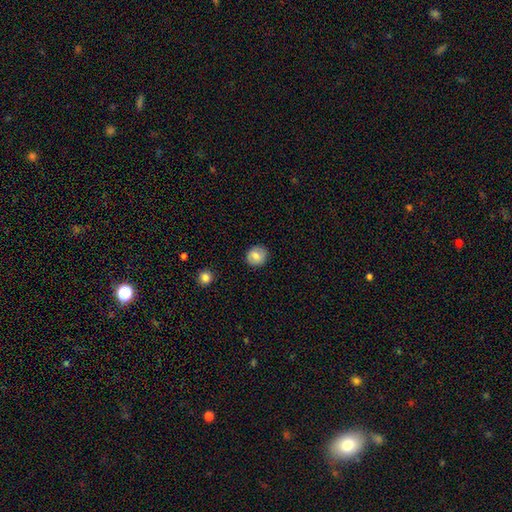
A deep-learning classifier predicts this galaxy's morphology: smooth 75%, featured or disk 17%, star or artifact 8%. Down the decision tree: how rounded — round (85%); merging — none (89%).